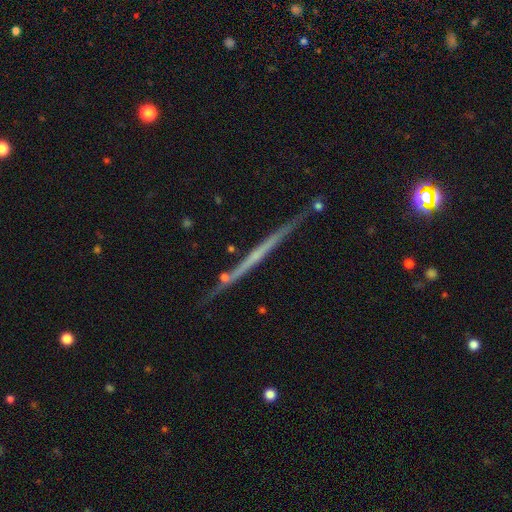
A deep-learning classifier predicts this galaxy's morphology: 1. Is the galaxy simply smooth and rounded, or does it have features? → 70% featured or disk, 23% smooth, 7% star or artifact.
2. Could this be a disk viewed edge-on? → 98% yes, 2% no.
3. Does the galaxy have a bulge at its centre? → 83% none, 13% rounded, 5% boxy.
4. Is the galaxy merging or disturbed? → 85% none, 10% minor disturbance, 3% merger, 2% major disturbance.